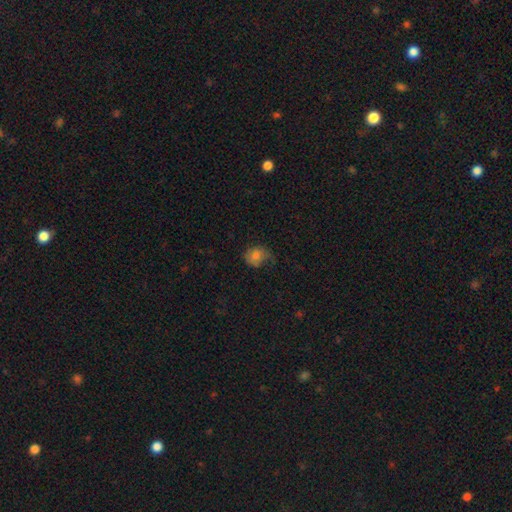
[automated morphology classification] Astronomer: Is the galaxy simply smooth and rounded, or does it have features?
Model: smooth — 73%.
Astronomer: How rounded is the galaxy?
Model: round — 61% (runner-up: in between, 38%).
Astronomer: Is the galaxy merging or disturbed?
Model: none — 48% (runner-up: minor disturbance, 33%).